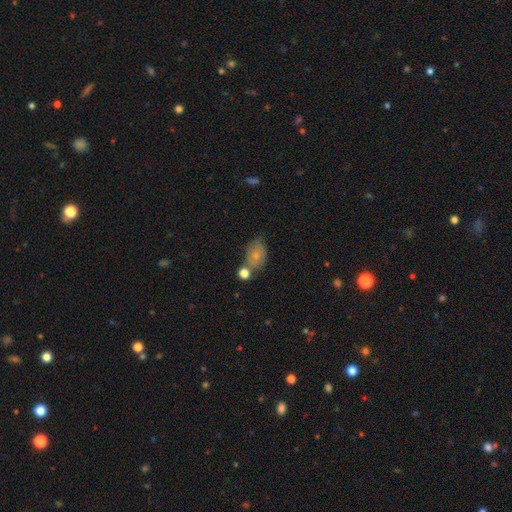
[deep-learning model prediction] Q: Smooth or featured?
A: smooth (70%); runner-up: featured or disk (20%)
Q: How rounded?
A: in between (77%); runner-up: round (21%)
Q: Merging?
A: none (48%); runner-up: minor disturbance (23%)